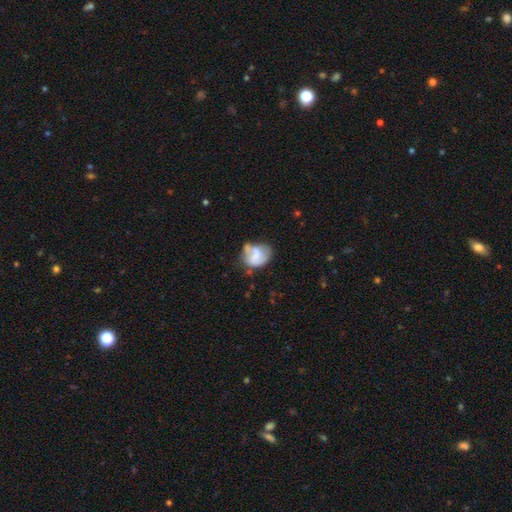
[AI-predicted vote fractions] Smooth or featured? Predicted: smooth (p=0.51). How rounded? Predicted: in between (p=0.53). Merging? Predicted: none (p=0.34).